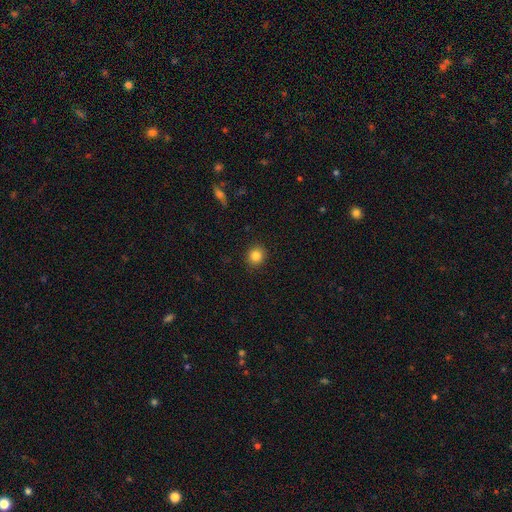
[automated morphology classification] This appears to be a smooth galaxy with no disk features (84%) that is round (86%). Merging: none (91%).